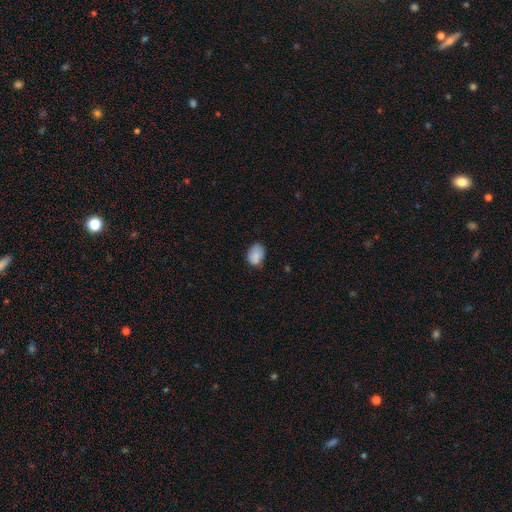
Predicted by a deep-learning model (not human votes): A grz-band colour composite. It shows a smooth galaxy with no disk features (84%) that is in between round and cigar-shaped (75%). Merging: none (63%).